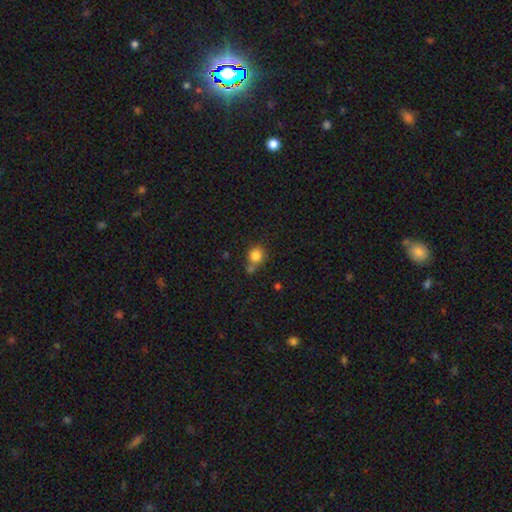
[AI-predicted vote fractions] Smooth or featured: smooth — 83% (star or artifact — 11%)
How rounded: round — 82% (in between — 17%)
Merging: none — 54% (merger — 22%)